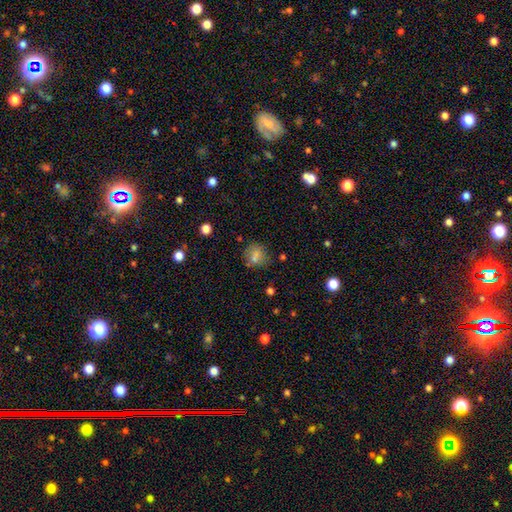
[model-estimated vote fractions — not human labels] Smooth or featured: smooth — 75% (star or artifact — 13%)
How rounded: round — 73% (in between — 26%)
Merging: none — 69% (minor disturbance — 17%)